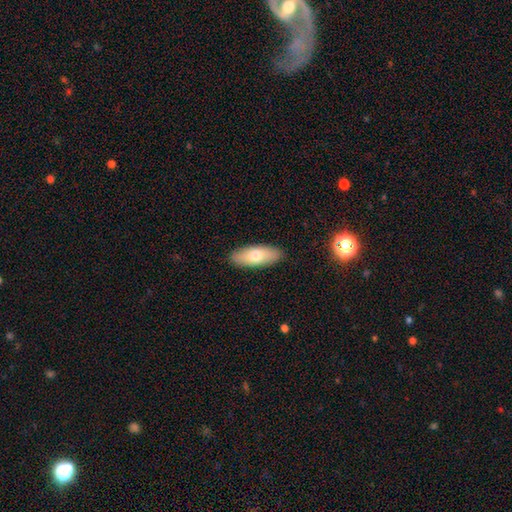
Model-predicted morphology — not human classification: smooth 71%, featured or disk 23%, star or artifact 6%. Down the decision tree: how rounded — in between (74%); merging — none (89%).